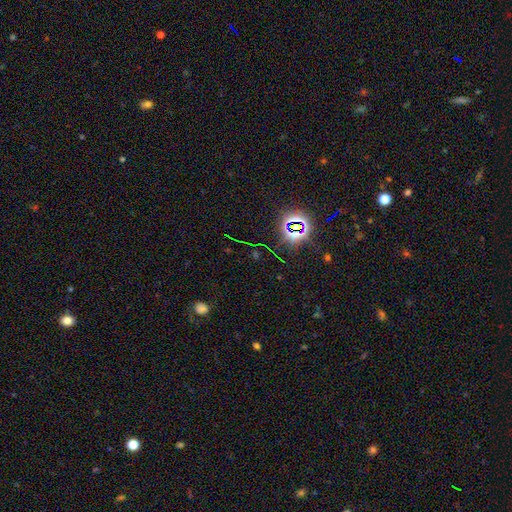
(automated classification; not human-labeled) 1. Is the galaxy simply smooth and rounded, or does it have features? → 76% star or artifact, 15% smooth, 9% featured or disk.